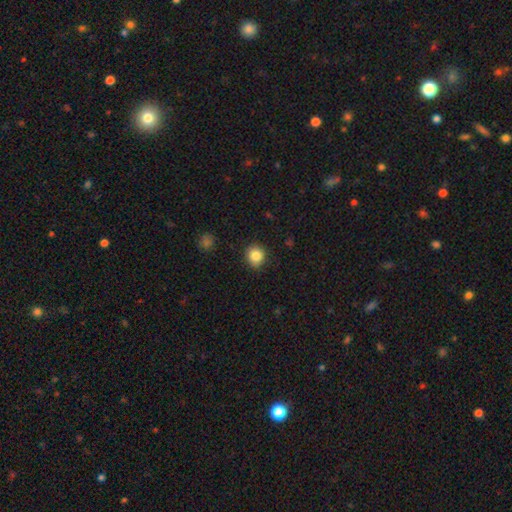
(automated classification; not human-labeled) smooth_or_featured: smooth (p=0.85) [alt: star or artifact p=0.10]
how_rounded: round (p=0.86) [alt: in between p=0.13]
merging: none (p=0.88) [alt: minor disturbance p=0.09]